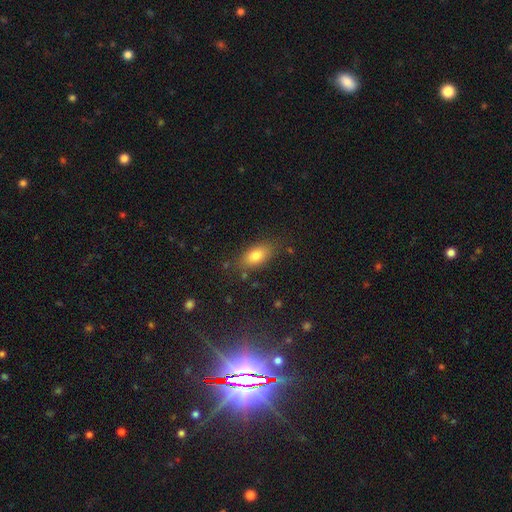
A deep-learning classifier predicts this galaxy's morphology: A smooth galaxy with no disk features (78%) that is in between round and cigar-shaped (86%). Merging: none (79%).